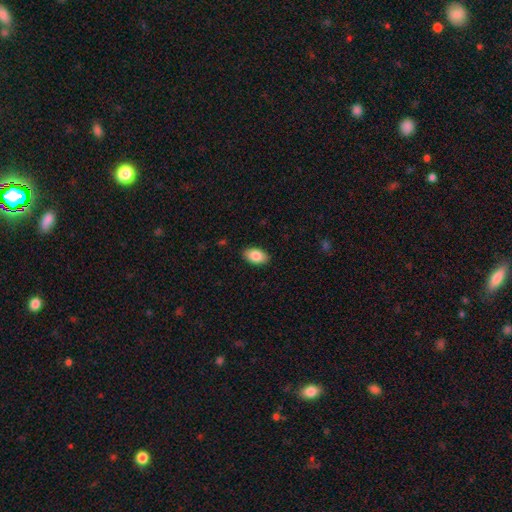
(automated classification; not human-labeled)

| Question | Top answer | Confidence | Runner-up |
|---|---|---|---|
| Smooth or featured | smooth | 86% | featured or disk (7%) |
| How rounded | in between | 93% | round (6%) |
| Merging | none | 89% | minor disturbance (8%) |